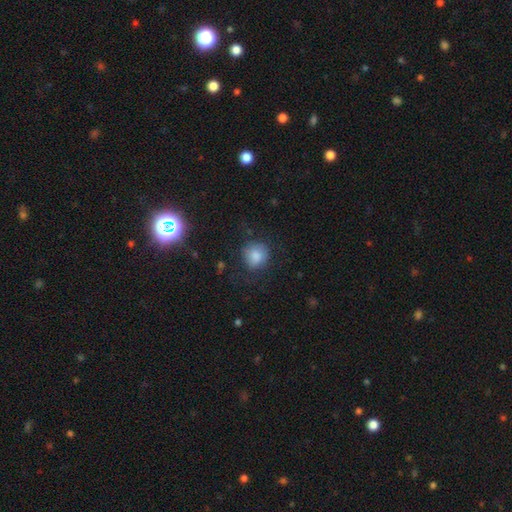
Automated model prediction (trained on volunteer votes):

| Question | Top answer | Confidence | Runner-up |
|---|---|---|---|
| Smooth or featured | smooth | 77% | star or artifact (13%) |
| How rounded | round | 83% | in between (16%) |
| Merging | none | 73% | minor disturbance (17%) |